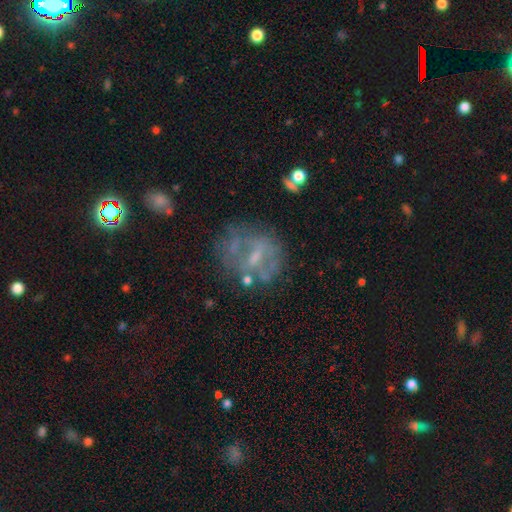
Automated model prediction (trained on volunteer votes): Overall: featured or disk (64%; smooth 24%). Edge-on disk: no (96%). Bar: weak (44%; no 38%). Spiral arms: no (68%; yes 32%). Bulge size: small (48%; moderate 26%). Merging: none (58%; minor disturbance 19%).